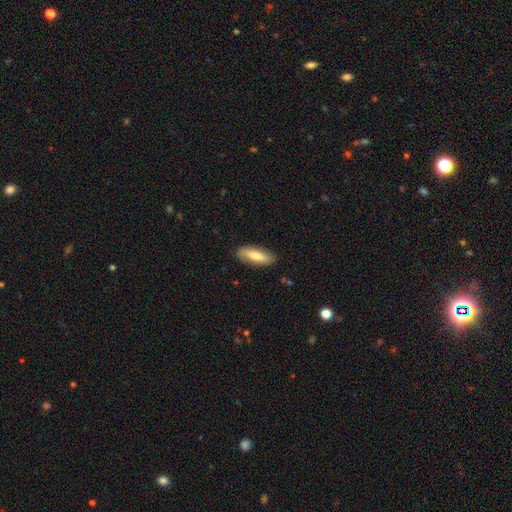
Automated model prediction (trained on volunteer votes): A smooth galaxy with no disk features (75%) that is in between round and cigar-shaped (56%). Merging: none (86%).